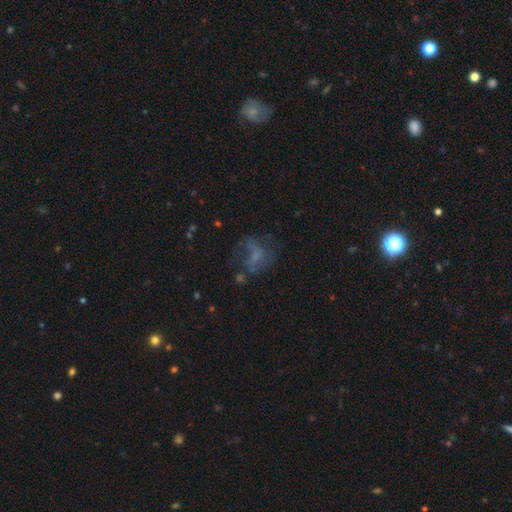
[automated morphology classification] smooth-or-featured: featured or disk: 43% | smooth: 38% | star or artifact: 20%
  merging: none: 42% | major disturbance: 33% | minor disturbance: 20% | merger: 6%